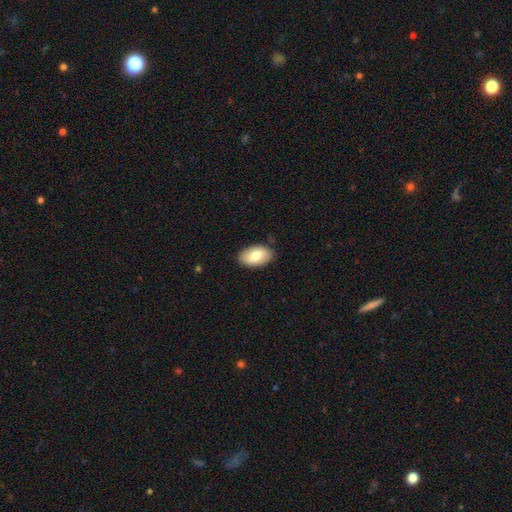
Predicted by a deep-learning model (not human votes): smooth 77%, featured or disk 17%, star or artifact 6%. Down the decision tree: how rounded — in between (94%); merging — none (87%).